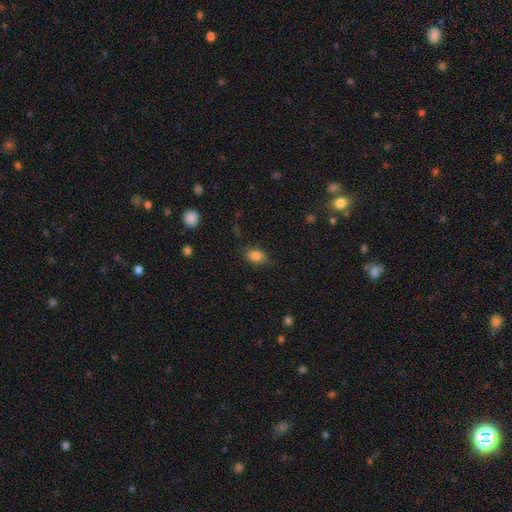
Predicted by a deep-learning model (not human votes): Smooth or featured: smooth — 84% (star or artifact — 10%)
How rounded: in between — 73% (round — 26%)
Merging: none — 78% (minor disturbance — 16%)